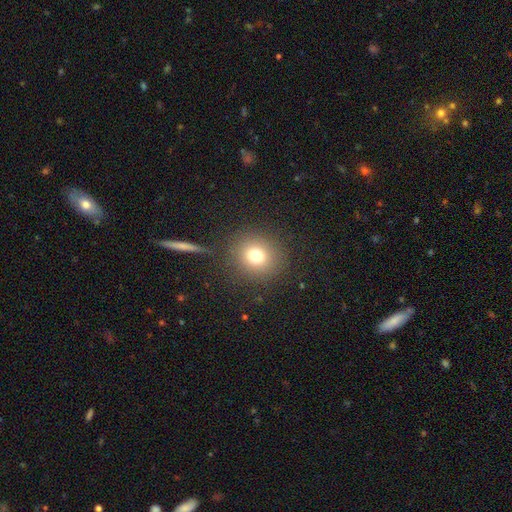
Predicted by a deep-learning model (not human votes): This is likely a smooth galaxy (76%). How rounded: clearly round (85%). Merging: clearly none (86%).